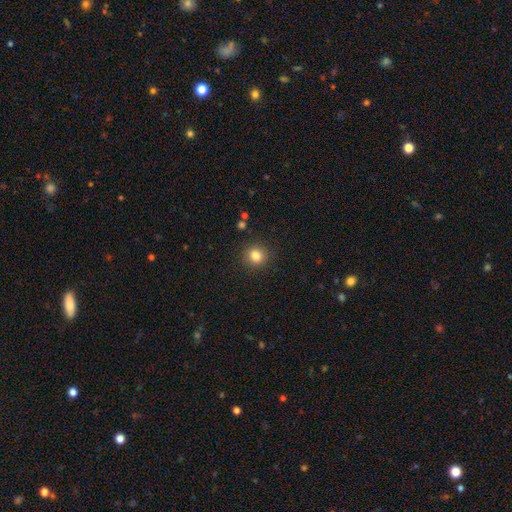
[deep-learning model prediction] A smooth galaxy with no disk features (83%) that is round (85%).

Vote fractions:
- Smooth or featured? smooth: 83% / star or artifact: 11% / featured or disk: 6%
- How rounded? round: 85% / in between: 15% / cigar-shaped: 1%
- Merging? none: 90% / minor disturbance: 7% / major disturbance: 2% / merger: 2%